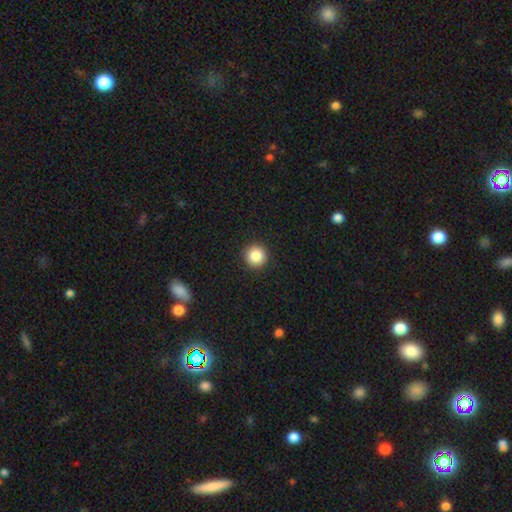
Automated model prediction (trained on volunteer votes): smooth_or_featured: smooth (p=0.86) [alt: star or artifact p=0.09]
how_rounded: round (p=0.95) [alt: in between p=0.04]
merging: none (p=0.93) [alt: minor disturbance p=0.05]